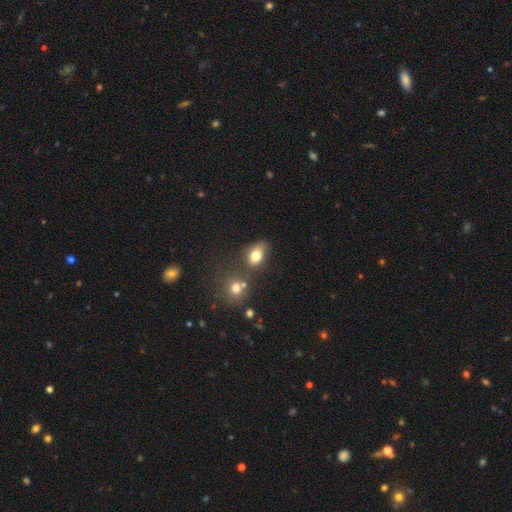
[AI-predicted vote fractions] A smooth galaxy with no disk features (79%) that is in between round and cigar-shaped (77%). Merging: none (56%).